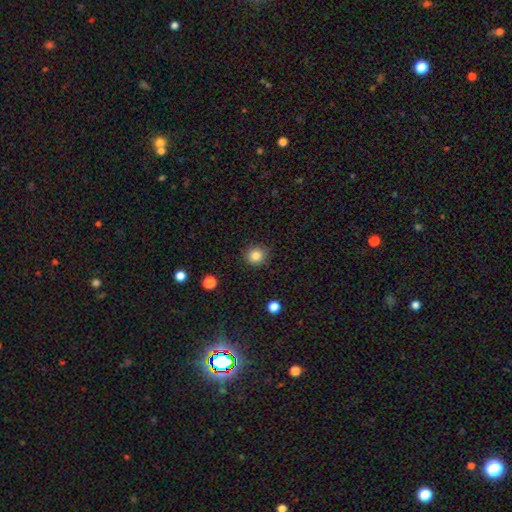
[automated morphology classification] smooth_or_featured: smooth (p=0.84) [alt: star or artifact p=0.11]
how_rounded: round (p=0.89) [alt: in between p=0.10]
merging: none (p=0.87) [alt: minor disturbance p=0.09]